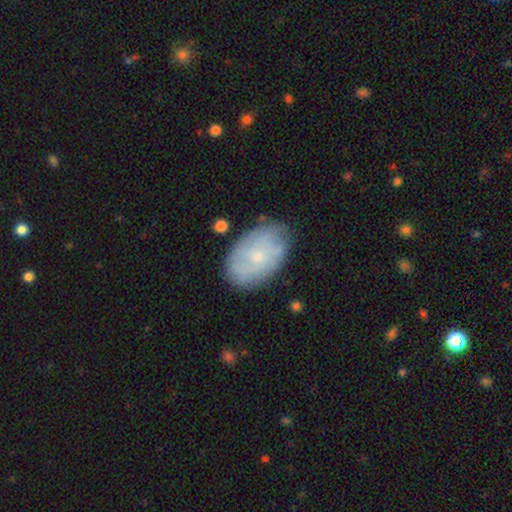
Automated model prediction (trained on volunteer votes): Smooth or featured: smooth — 55% (featured or disk — 38%)
How rounded: in between — 89% (round — 9%)
Merging: none — 76% (minor disturbance — 19%)